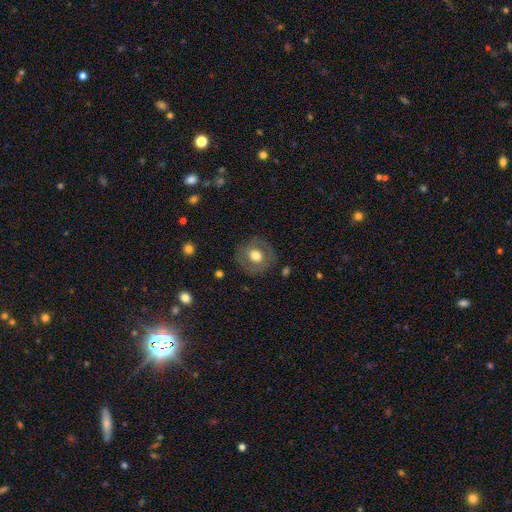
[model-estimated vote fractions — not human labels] A smooth galaxy with no disk features (58%) that is round (84%). Merging: none (82%).